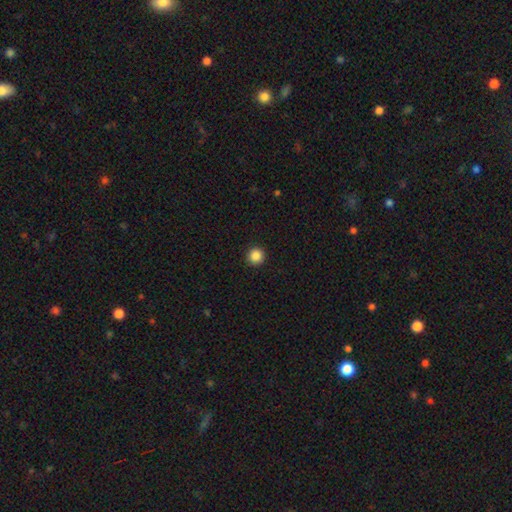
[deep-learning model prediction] Q: Smooth or featured?
A: smooth (87%); runner-up: star or artifact (10%)
Q: How rounded?
A: round (96%); runner-up: in between (3%)
Q: Merging?
A: none (93%); runner-up: minor disturbance (4%)